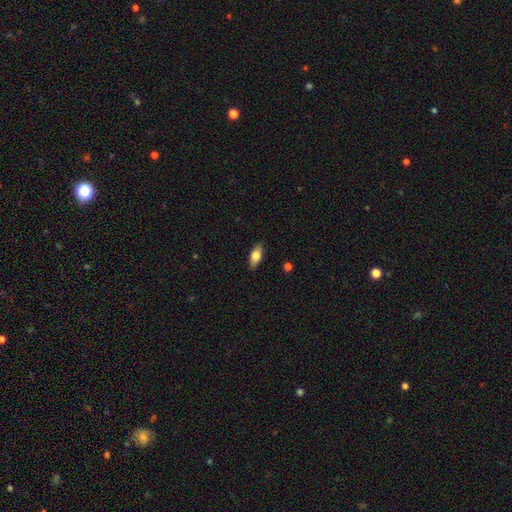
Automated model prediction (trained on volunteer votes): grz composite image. It shows a smooth galaxy with no disk features (77%) that is in between round and cigar-shaped (86%). Merging: none (87%).